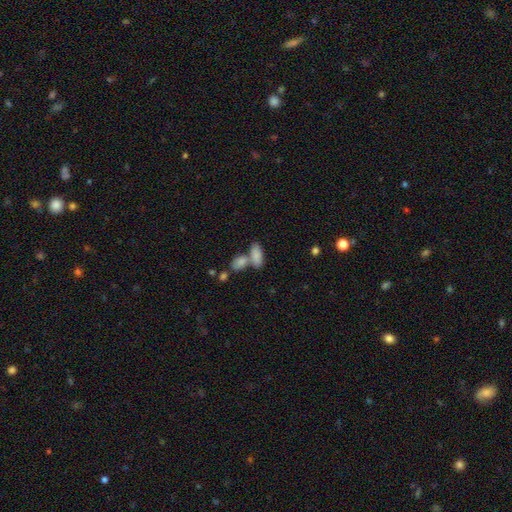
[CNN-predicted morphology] Smooth or featured?
  - smooth: 84% *
  - featured or disk: 9%
  - star or artifact: 7%
How rounded?
  - in between: 83% *
  - cigar-shaped: 13%
  - round: 4%
Merging?
  - merger: 45% *
  - none: 42%
  - minor disturbance: 10%
  - major disturbance: 4%